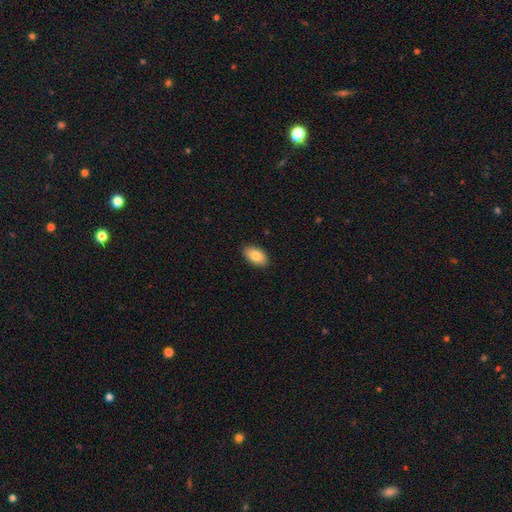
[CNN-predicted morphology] This is clearly a smooth galaxy (83%). How rounded: clearly in between (94%). Merging: clearly none (90%).